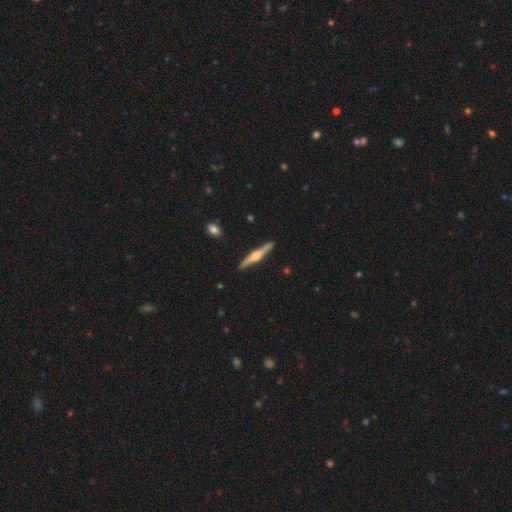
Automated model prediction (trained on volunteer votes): Smooth or featured?
  - featured or disk: 72% *
  - smooth: 23%
  - star or artifact: 5%
Edge-on disk?
  - yes: 98% *
  - no: 2%
Edge-on bulge?
  - rounded: 81% *
  - boxy: 15%
  - none: 5%
Merging?
  - none: 89% *
  - minor disturbance: 8%
  - major disturbance: 2%
  - merger: 1%